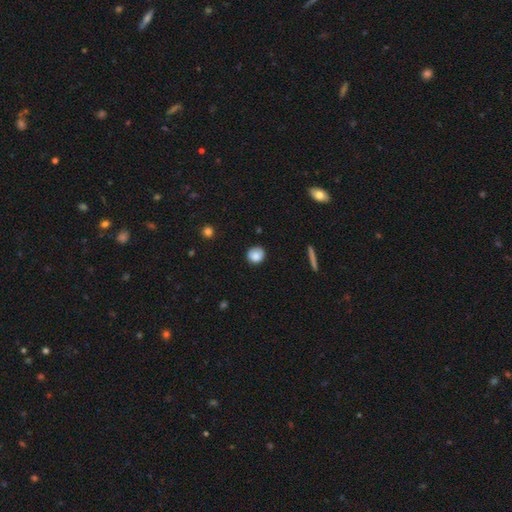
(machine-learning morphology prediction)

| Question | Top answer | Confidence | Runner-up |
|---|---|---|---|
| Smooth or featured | smooth | 84% | star or artifact (9%) |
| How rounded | round | 87% | in between (12%) |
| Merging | none | 81% | minor disturbance (14%) |